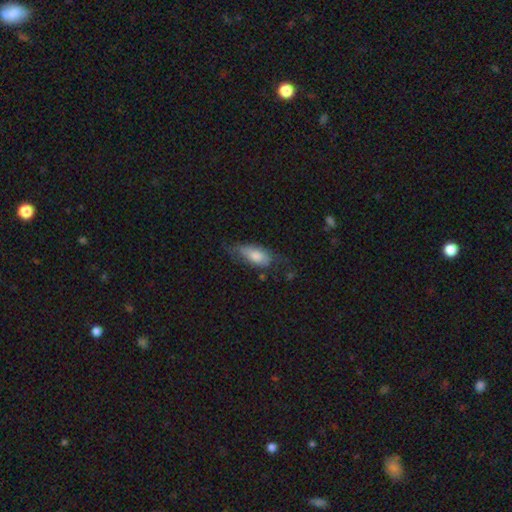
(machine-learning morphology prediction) Smooth or featured?
  - smooth: 65% *
  - featured or disk: 28%
  - star or artifact: 7%
How rounded?
  - in between: 82% *
  - cigar-shaped: 15%
  - round: 3%
Merging?
  - none: 47% *
  - minor disturbance: 33%
  - major disturbance: 18%
  - merger: 2%